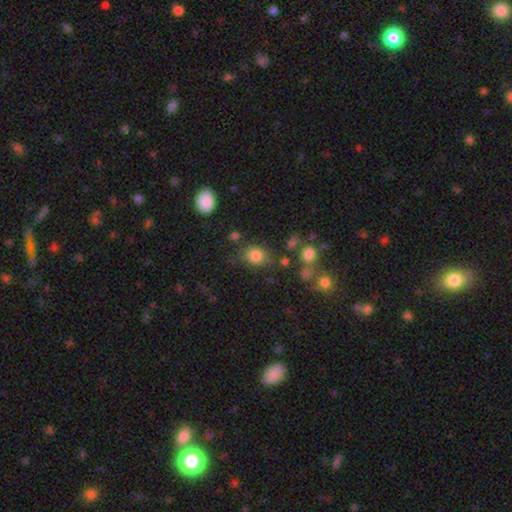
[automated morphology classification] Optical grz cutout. It shows a smooth galaxy with no disk features (81%) that is round (68%). Merging: none (73%).